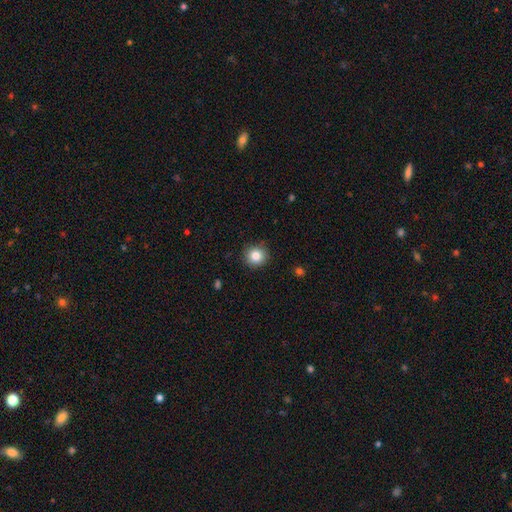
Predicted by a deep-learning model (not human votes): Morphology: type=smooth (84%); roundness=round (91%); merging=none (89%).